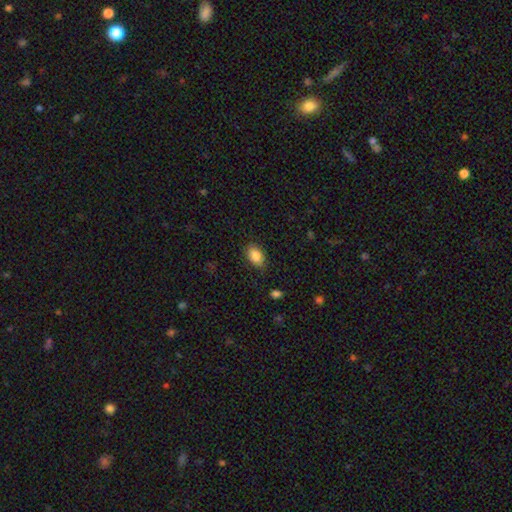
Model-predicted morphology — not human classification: Overall: smooth (85%). How rounded: in between (87%). Merging: none (84%).